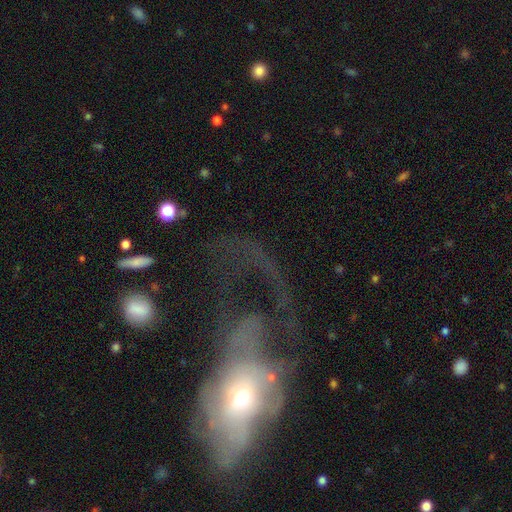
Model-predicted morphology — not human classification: smooth_or_featured: featured or disk (p=0.56) [alt: smooth p=0.27]
disk_edge_on: no (p=0.90) [alt: yes p=0.10]
bar: no (p=0.73) [alt: weak p=0.18]
has_spiral_arms: no (p=0.57) [alt: yes p=0.43]
bulge_size: moderate (p=0.50) [alt: small p=0.40]
merging: major disturbance (p=0.58) [alt: none p=0.22]